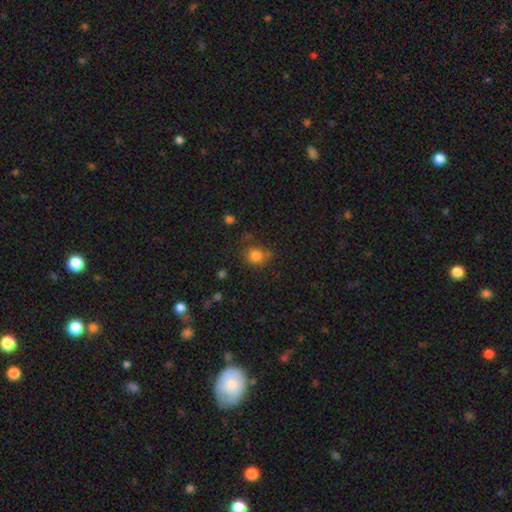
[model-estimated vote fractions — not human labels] This appears to be a smooth galaxy with no disk features (81%) that is round (78%). Merging: none (70%).